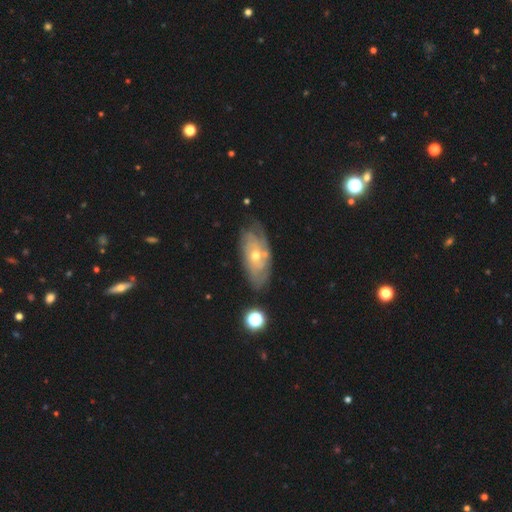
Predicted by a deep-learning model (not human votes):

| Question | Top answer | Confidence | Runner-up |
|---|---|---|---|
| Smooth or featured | featured or disk | 74% | smooth (19%) |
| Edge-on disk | no | 91% | yes (9%) |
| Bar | no | 79% | weak (17%) |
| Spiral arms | yes | 84% | no (16%) |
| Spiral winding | tight | 69% | medium (23%) |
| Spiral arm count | can't tell | 59% | 2 (16%) |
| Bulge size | small | 50% | moderate (47%) |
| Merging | none | 69% | minor disturbance (21%) |